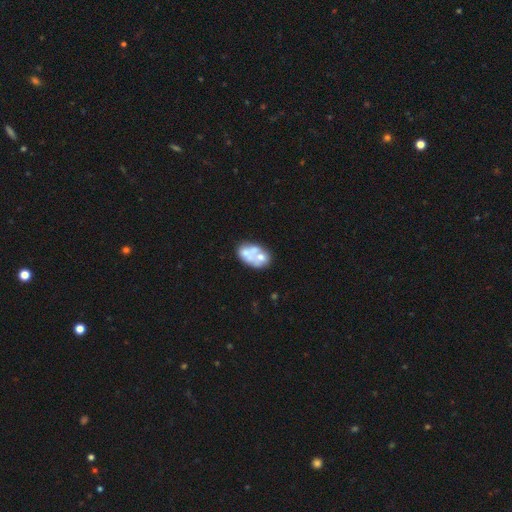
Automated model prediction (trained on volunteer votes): Smooth or featured: featured or disk — 50% (smooth — 41%)
Edge-on disk: no — 98% (yes — 2%)
Merging: merger — 36% (none — 34%)